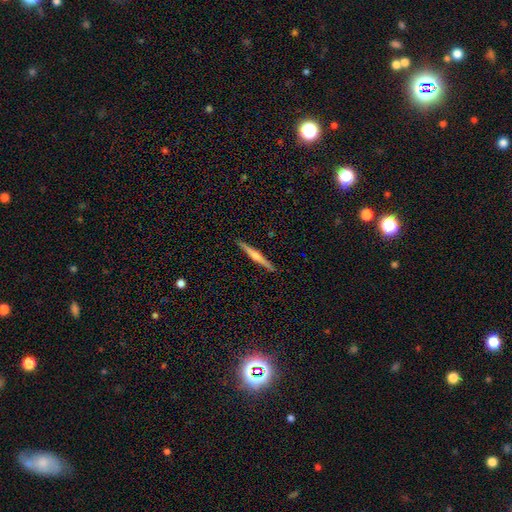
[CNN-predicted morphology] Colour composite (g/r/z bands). It shows a featured or disk galaxy (62%) viewed edge-on (98%) with a rounded central bulge (71%). Merging: none (92%).